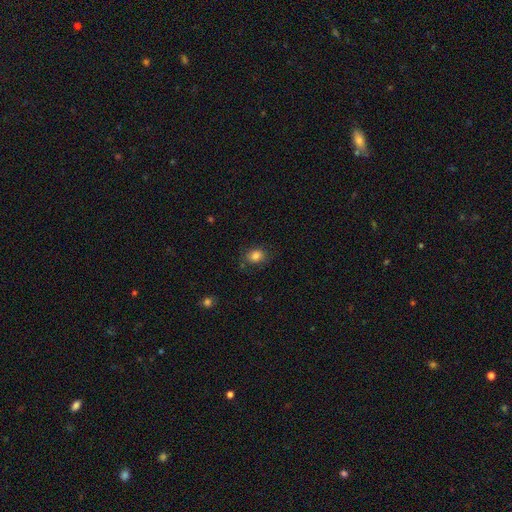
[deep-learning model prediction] The model was most divided on "how rounded": in between: 54%, round: 45%, cigar-shaped: 1%. More confident: smooth or featured — smooth (83%); merging — none (78%).